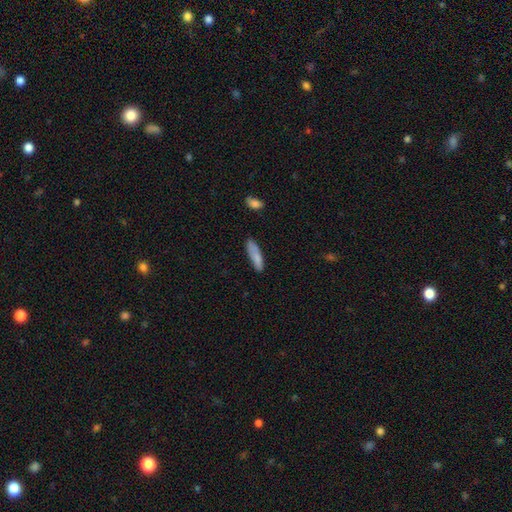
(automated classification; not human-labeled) Morphology: type=smooth (81%); roundness=cigar-shaped (67%); merging=none (73%).